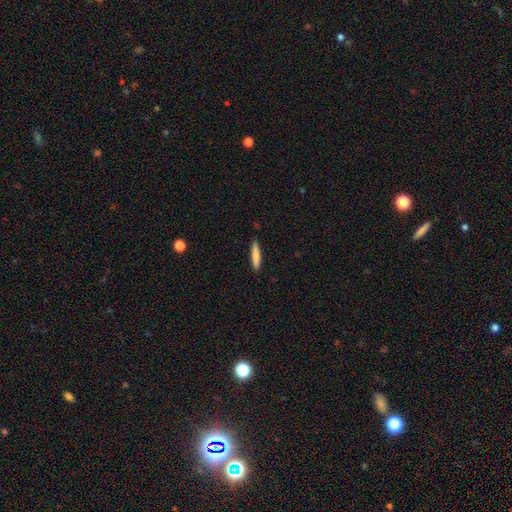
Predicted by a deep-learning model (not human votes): This appears to be a smooth galaxy with no disk features (79%) that is cigar-shaped (89%). Merging: none (88%).